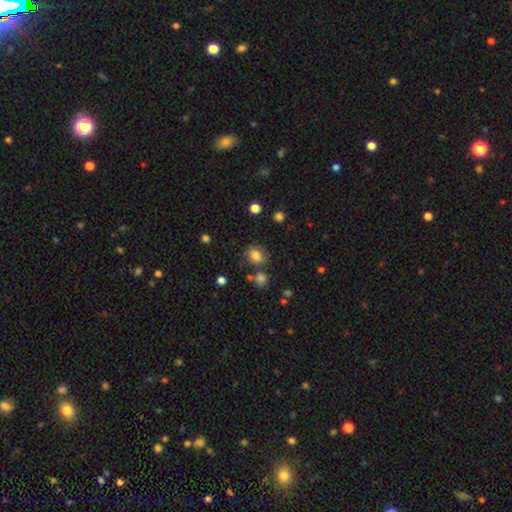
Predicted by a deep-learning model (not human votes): Smooth or featured? Predicted: smooth (p=0.80). How rounded? Predicted: in between (p=0.65). Merging? Predicted: none (p=0.65).